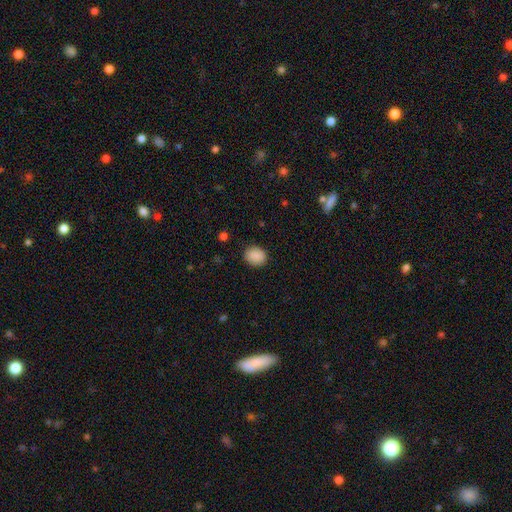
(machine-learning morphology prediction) Smooth or featured: smooth — 89% (star or artifact — 8%)
How rounded: round — 61% (in between — 38%)
Merging: none — 88% (minor disturbance — 8%)